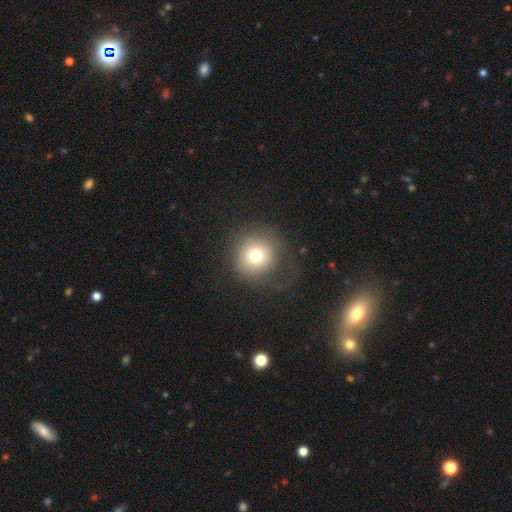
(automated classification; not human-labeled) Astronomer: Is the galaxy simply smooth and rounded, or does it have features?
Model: smooth — 74%.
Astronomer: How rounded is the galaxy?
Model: round — 92%.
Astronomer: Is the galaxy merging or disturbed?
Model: none — 74%.